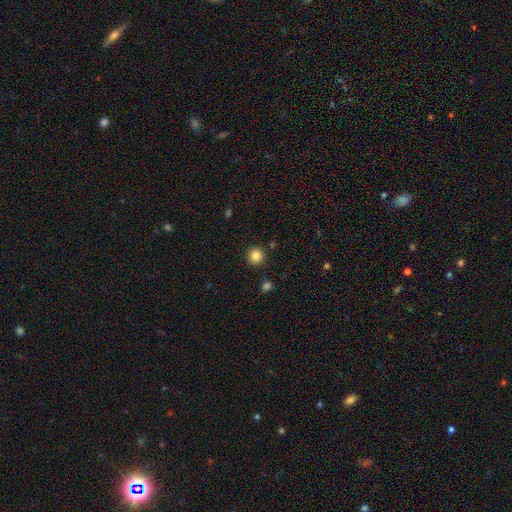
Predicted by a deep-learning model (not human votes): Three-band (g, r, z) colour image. It shows a smooth galaxy with no disk features (84%) that is round (94%). Merging: none (90%).